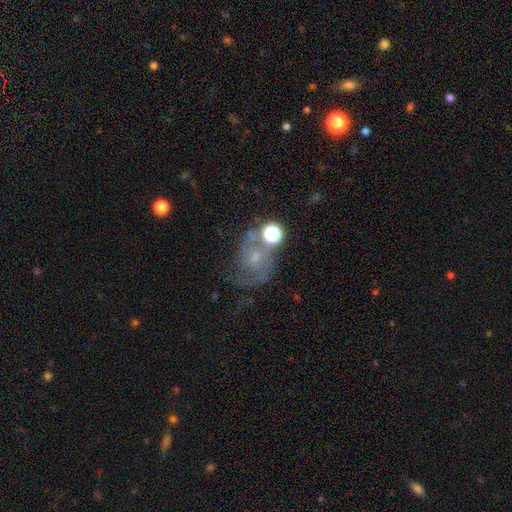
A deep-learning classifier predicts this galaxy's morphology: The model was most divided on "spiral winding": medium: 51%, tight: 28%, loose: 21%. More confident: edge-on disk — no (97%); spiral arms — yes (92%); spiral arm count — 2 (77%); smooth or featured — featured or disk (73%); bar — no (62%); bulge size — small (59%); merging — none (55%).